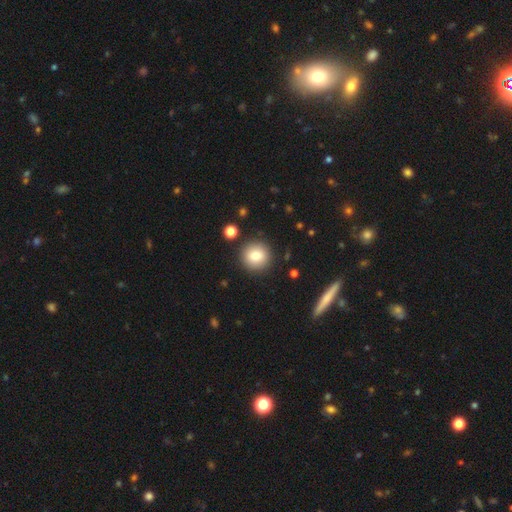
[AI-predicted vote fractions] Smooth or featured? smooth (80%)
How rounded? round (93%)
Merging? none (89%)